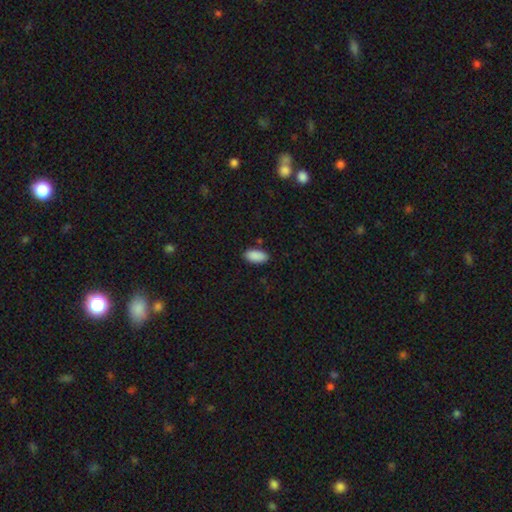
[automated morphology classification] Smooth or featured? Predicted: smooth (p=0.90). How rounded? Predicted: in between (p=0.93). Merging? Predicted: none (p=0.87).